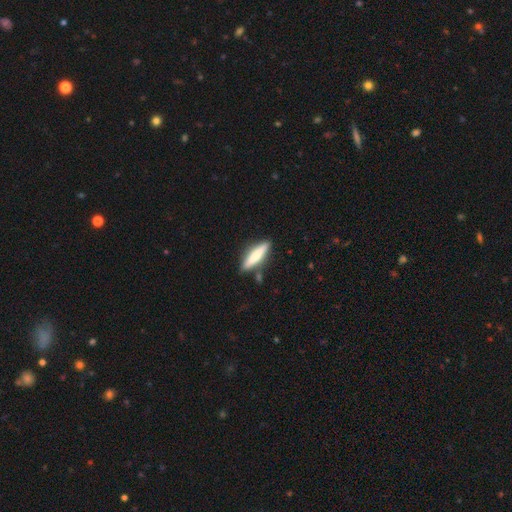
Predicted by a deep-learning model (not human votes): The model was most divided on "smooth or featured": smooth: 61%, featured or disk: 33%, star or artifact: 6%. More confident: merging — none (82%); how rounded — cigar-shaped (80%).